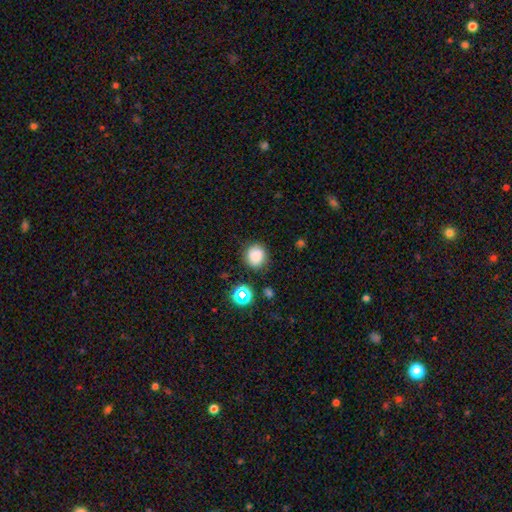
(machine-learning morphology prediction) Smooth or featured?
  - smooth: 80% *
  - star or artifact: 13%
  - featured or disk: 7%
How rounded?
  - round: 82% *
  - in between: 17%
  - cigar-shaped: 1%
Merging?
  - none: 79% *
  - minor disturbance: 14%
  - major disturbance: 4%
  - merger: 3%